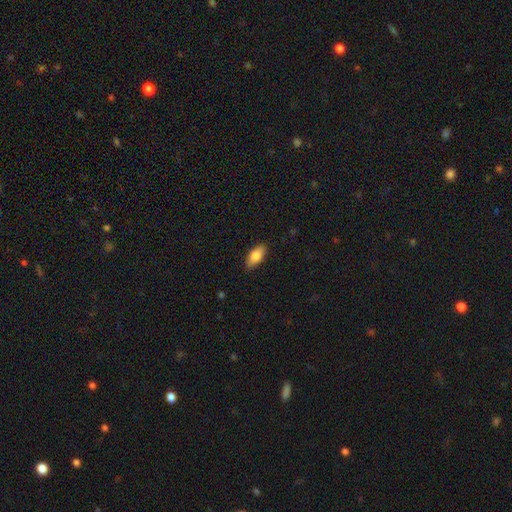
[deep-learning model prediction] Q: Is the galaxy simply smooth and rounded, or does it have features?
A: smooth — 82%.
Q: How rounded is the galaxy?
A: in between — 88%.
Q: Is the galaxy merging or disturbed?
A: none — 86%.